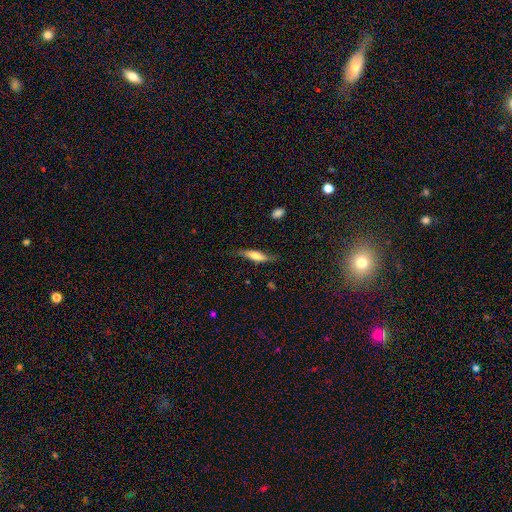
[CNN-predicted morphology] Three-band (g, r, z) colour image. It shows a smooth galaxy with no disk features (56%) that is cigar-shaped (70%). Merging: none (75%).